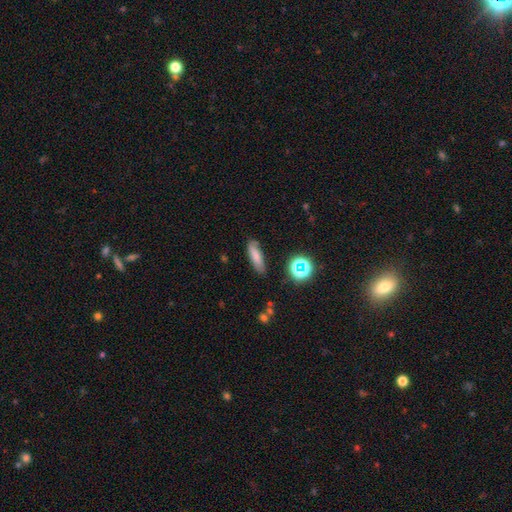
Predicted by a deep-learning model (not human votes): A smooth galaxy with no disk features (75%) that is cigar-shaped (54%).

Vote fractions:
- Smooth or featured? smooth: 75% / star or artifact: 13% / featured or disk: 12%
- How rounded? cigar-shaped: 54% / in between: 42% / round: 4%
- Merging? none: 78% / minor disturbance: 15% / major disturbance: 4% / merger: 3%